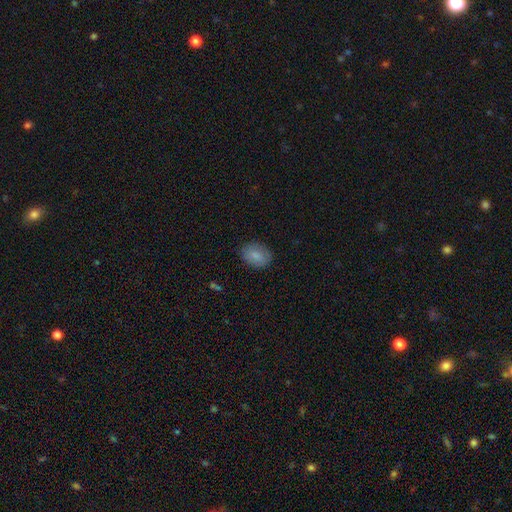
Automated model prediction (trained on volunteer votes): A smooth galaxy with no disk features (83%) that is in between round and cigar-shaped (72%).

Vote fractions:
- Smooth or featured? smooth: 83% / featured or disk: 10% / star or artifact: 7%
- How rounded? in between: 72% / round: 27% / cigar-shaped: 1%
- Merging? none: 83% / minor disturbance: 13% / major disturbance: 3% / merger: 1%